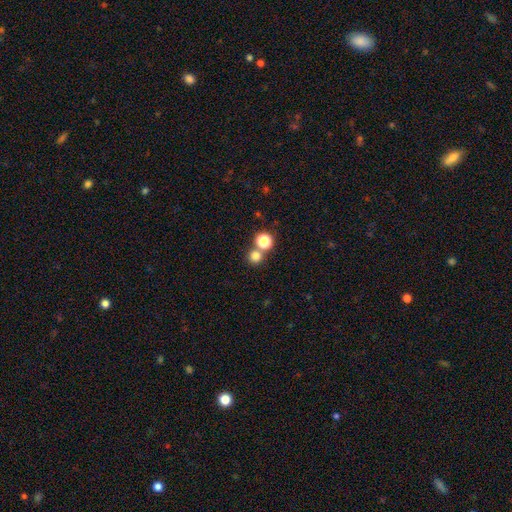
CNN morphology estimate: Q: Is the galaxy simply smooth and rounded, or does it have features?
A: smooth — 77%.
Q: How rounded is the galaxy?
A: round — 92%.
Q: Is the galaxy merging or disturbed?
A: none — 62%.